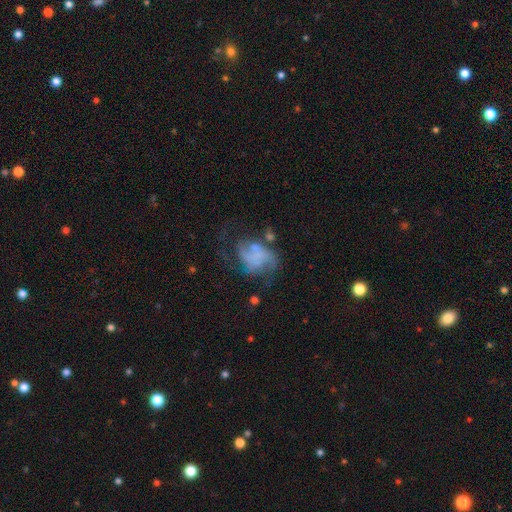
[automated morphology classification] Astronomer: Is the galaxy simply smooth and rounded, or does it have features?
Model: featured or disk — 63%.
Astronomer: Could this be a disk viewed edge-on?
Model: no — 98%.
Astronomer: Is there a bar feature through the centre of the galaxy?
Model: no — 76%.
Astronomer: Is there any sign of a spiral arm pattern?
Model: yes — 72%.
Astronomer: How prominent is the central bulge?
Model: none — 69%.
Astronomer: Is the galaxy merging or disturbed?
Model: major disturbance — 41% (runner-up: none, 31%).